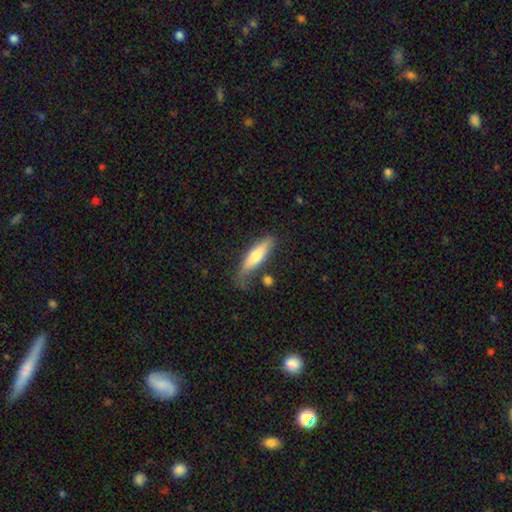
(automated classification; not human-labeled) smooth-or-featured: smooth: 66% | featured or disk: 28% | star or artifact: 6%
  how-rounded: cigar-shaped: 67% | in between: 31% | round: 2%
  merging: none: 61% | minor disturbance: 24% | major disturbance: 9% | merger: 6%